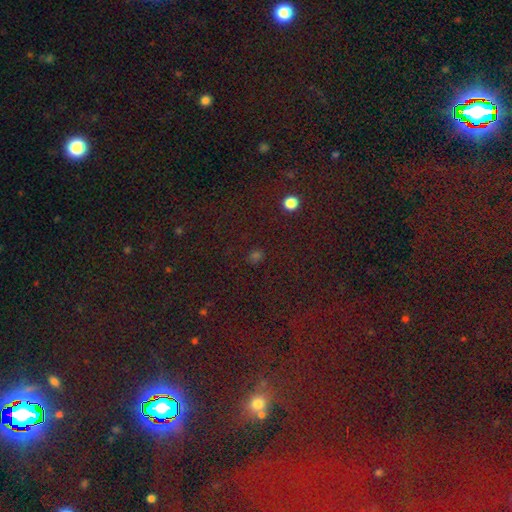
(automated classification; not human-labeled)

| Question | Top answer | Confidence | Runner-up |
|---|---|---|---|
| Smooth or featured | star or artifact | 53% | smooth (40%) |